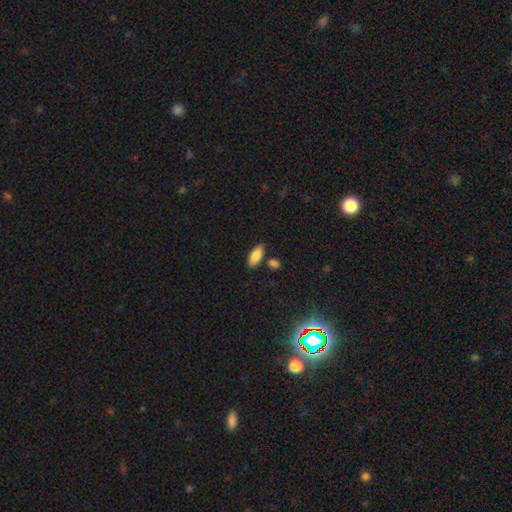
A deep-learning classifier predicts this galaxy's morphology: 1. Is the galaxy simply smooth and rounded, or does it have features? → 84% smooth, 9% featured or disk, 7% star or artifact.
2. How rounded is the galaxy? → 86% in between, 12% cigar-shaped, 2% round.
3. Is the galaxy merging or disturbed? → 79% none, 12% minor disturbance, 6% merger, 3% major disturbance.